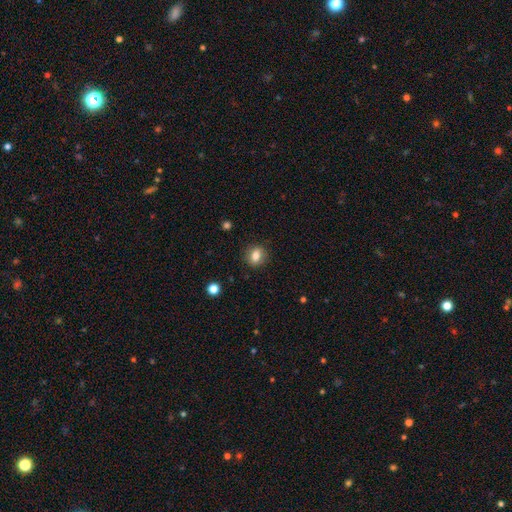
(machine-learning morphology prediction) A smooth galaxy with no disk features (80%) that is round (63%).

Vote fractions:
- Smooth or featured? smooth: 80% / star or artifact: 10% / featured or disk: 10%
- How rounded? round: 63% / in between: 35% / cigar-shaped: 1%
- Merging? none: 86% / minor disturbance: 10% / major disturbance: 3% / merger: 1%